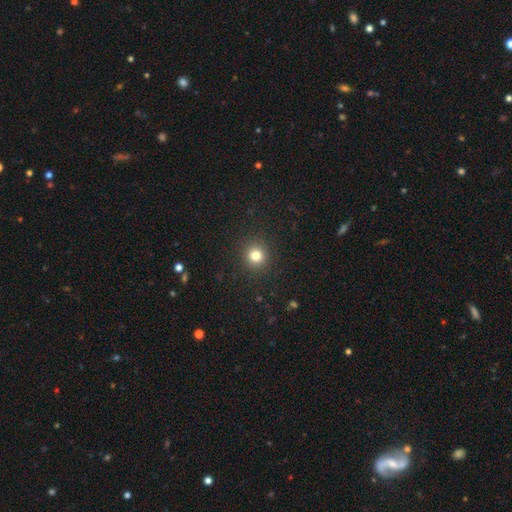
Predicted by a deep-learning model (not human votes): smooth_or_featured: smooth (p=0.80) [alt: star or artifact p=0.14]
how_rounded: round (p=0.93) [alt: in between p=0.06]
merging: none (p=0.91) [alt: minor disturbance p=0.06]